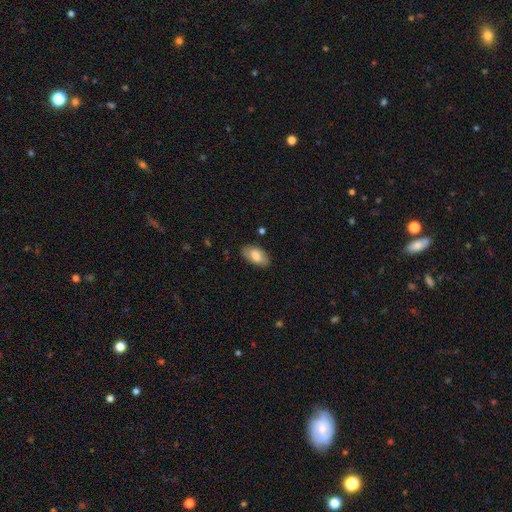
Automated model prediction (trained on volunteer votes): Morphology: type=smooth (78%); roundness=in between (94%); merging=none (83%).